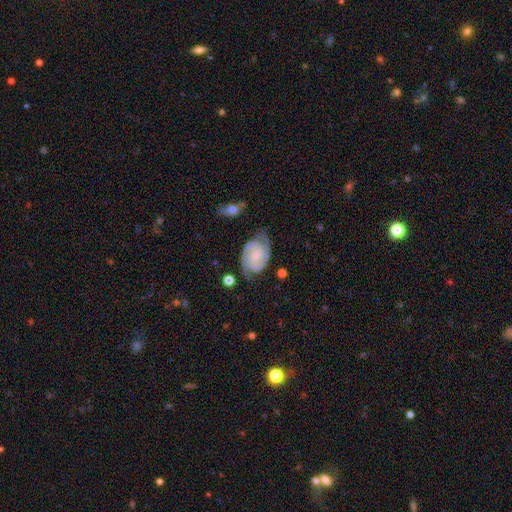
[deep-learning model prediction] This appears to be a featured or disk galaxy (90%) with no bar (61%), 2 (91%) tight (67%) spiral arms (98%) and a small central bulge (46%). Merging: none (77%).